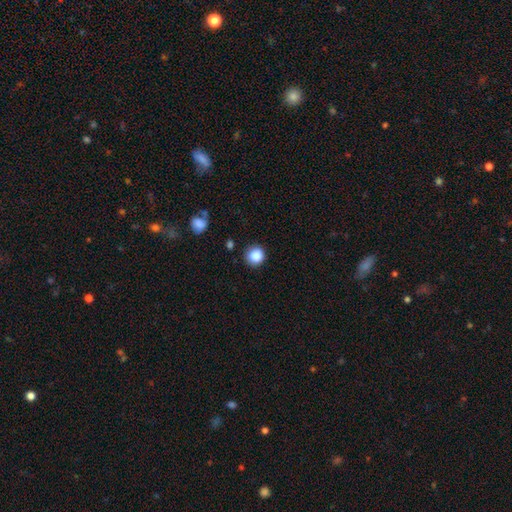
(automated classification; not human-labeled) smooth_or_featured: smooth (p=0.86) [alt: star or artifact p=0.10]
how_rounded: round (p=0.92) [alt: in between p=0.07]
merging: none (p=0.85) [alt: minor disturbance p=0.10]